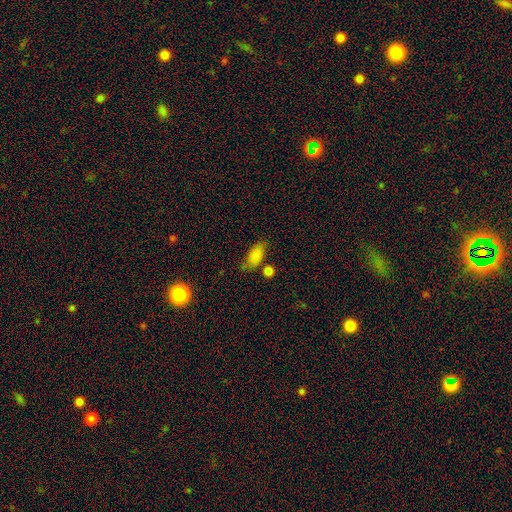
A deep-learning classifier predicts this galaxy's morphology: Smooth or featured? Predicted: smooth (p=0.82). How rounded? Predicted: in between (p=0.87). Merging? Predicted: none (p=0.59).